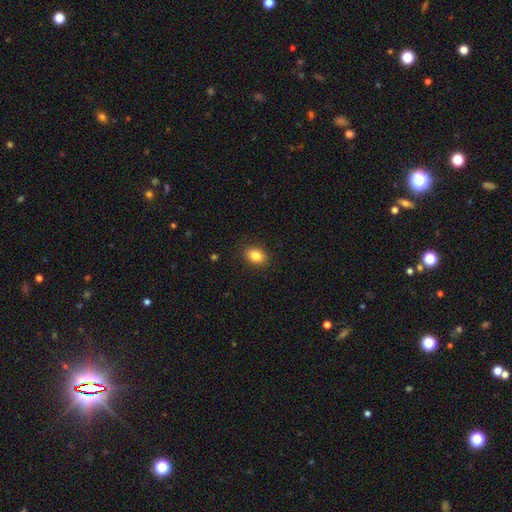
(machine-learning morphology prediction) The model was most divided on "how rounded": in between: 76%, round: 22%, cigar-shaped: 1%. More confident: merging — none (89%); smooth or featured — smooth (85%).